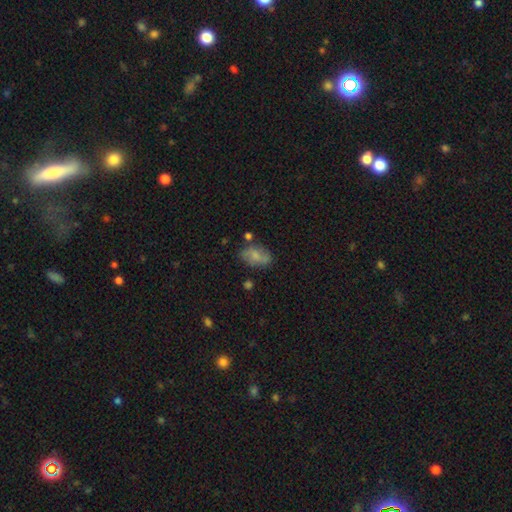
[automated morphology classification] This appears to be a smooth galaxy with no disk features (62%) that is in between round and cigar-shaped (88%). Merging: none (64%).